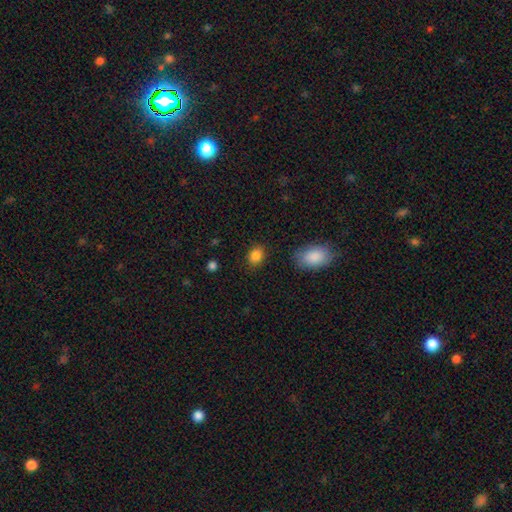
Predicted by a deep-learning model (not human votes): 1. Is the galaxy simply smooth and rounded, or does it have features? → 86% smooth, 10% star or artifact, 4% featured or disk.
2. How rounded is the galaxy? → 54% in between, 45% round, 1% cigar-shaped.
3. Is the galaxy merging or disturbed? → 84% none, 11% minor disturbance, 3% major disturbance, 2% merger.